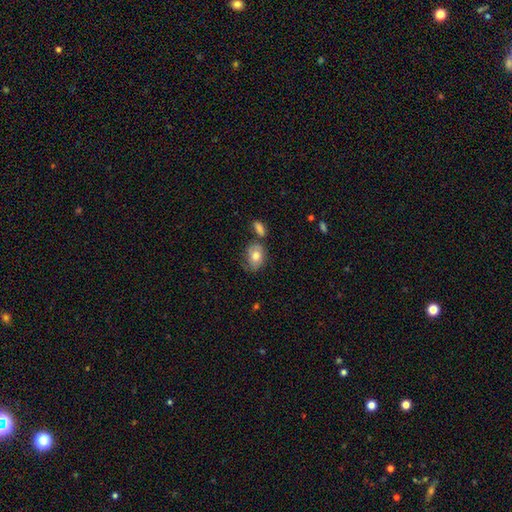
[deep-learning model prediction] Q: Smooth or featured?
A: smooth (74%); runner-up: featured or disk (18%)
Q: How rounded?
A: in between (66%); runner-up: round (33%)
Q: Merging?
A: none (56%); runner-up: minor disturbance (25%)